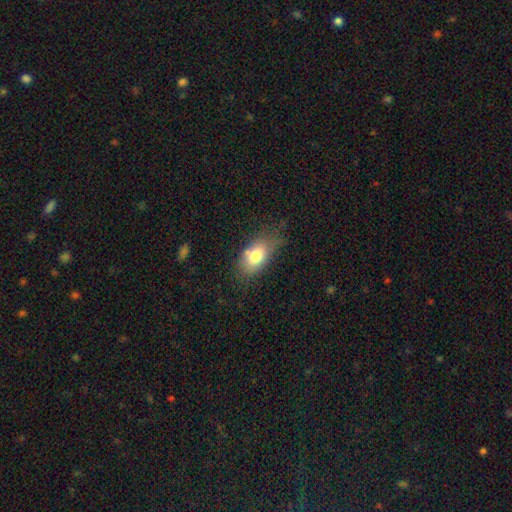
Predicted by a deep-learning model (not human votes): Smooth or featured?
  - smooth: 76% *
  - featured or disk: 16%
  - star or artifact: 8%
How rounded?
  - in between: 88% *
  - round: 9%
  - cigar-shaped: 4%
Merging?
  - none: 50% *
  - minor disturbance: 31%
  - major disturbance: 12%
  - merger: 7%